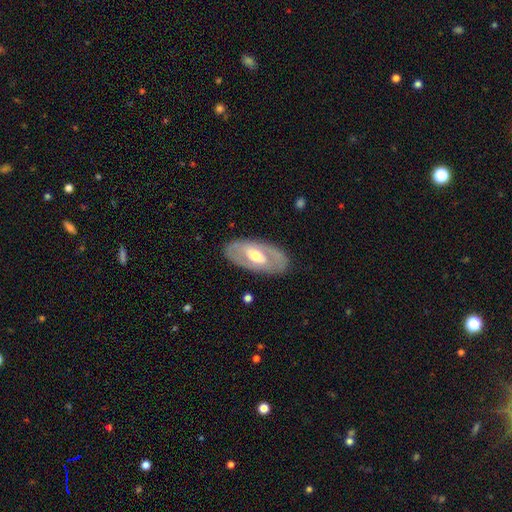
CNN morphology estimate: Smooth or featured?
  - featured or disk: 65% *
  - smooth: 30%
  - star or artifact: 5%
Edge-on disk?
  - no: 87% *
  - yes: 13%
Bar?
  - no: 39% *
  - weak: 36%
  - strong: 25%
Spiral arms?
  - no: 63% *
  - yes: 37%
Bulge size?
  - moderate: 68% *
  - small: 19%
  - large: 11%
  - dominant: 1%
  - none: 1%
Merging?
  - none: 84% *
  - minor disturbance: 11%
  - major disturbance: 4%
  - merger: 1%